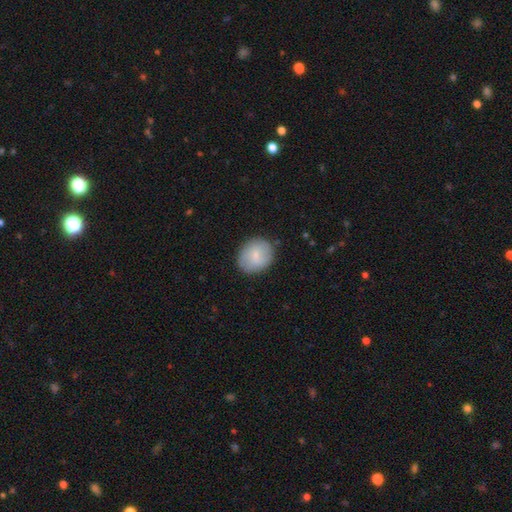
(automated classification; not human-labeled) Overall: smooth (75%). How rounded: round (68%; in between 31%). Merging: none (83%).